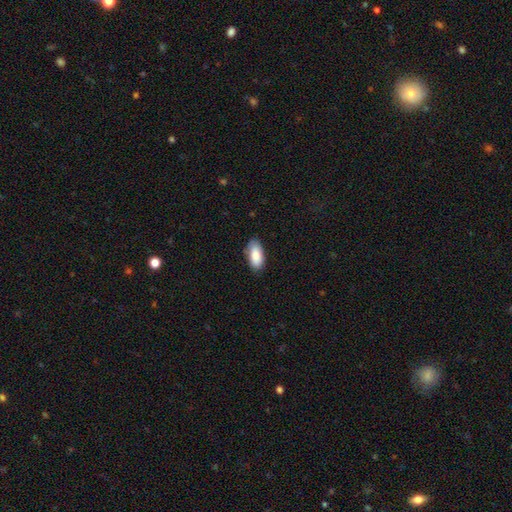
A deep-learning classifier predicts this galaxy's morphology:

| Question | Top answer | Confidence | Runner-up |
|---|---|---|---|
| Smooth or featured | smooth | 88% | star or artifact (6%) |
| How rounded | in between | 92% | cigar-shaped (6%) |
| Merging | none | 82% | minor disturbance (15%) |